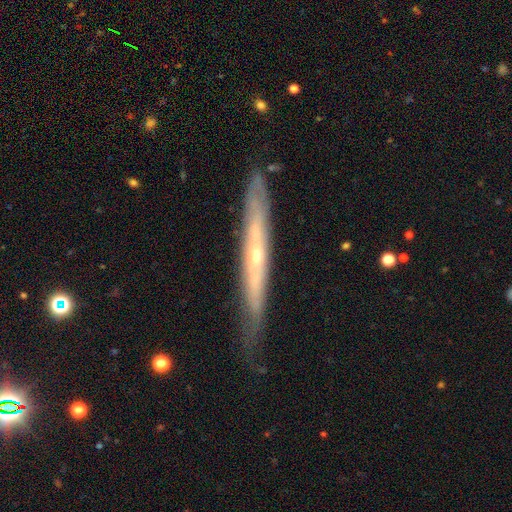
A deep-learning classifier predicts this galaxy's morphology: Smooth or featured? Predicted: featured or disk (p=0.71). Edge-on disk? Predicted: yes (p=0.86). Edge-on bulge? Predicted: rounded (p=0.59). Merging? Predicted: none (p=0.77).